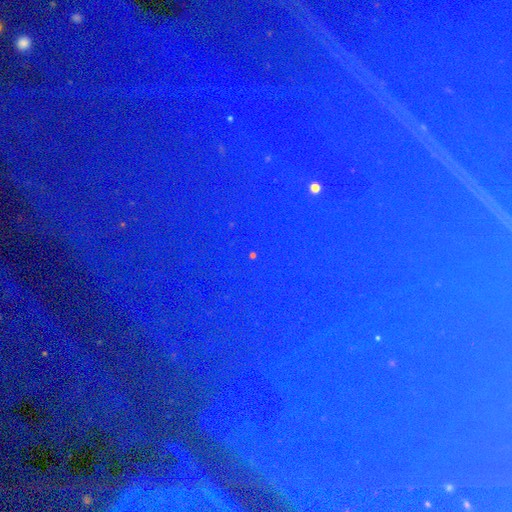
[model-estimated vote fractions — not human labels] A star or artifact, not a galaxy (84%).